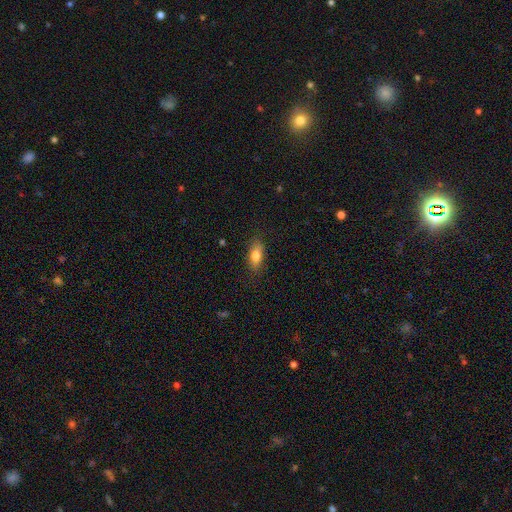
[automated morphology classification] Smooth or featured?
  - smooth: 80% *
  - featured or disk: 12%
  - star or artifact: 8%
How rounded?
  - in between: 80% *
  - cigar-shaped: 15%
  - round: 5%
Merging?
  - none: 81% *
  - minor disturbance: 14%
  - major disturbance: 4%
  - merger: 1%